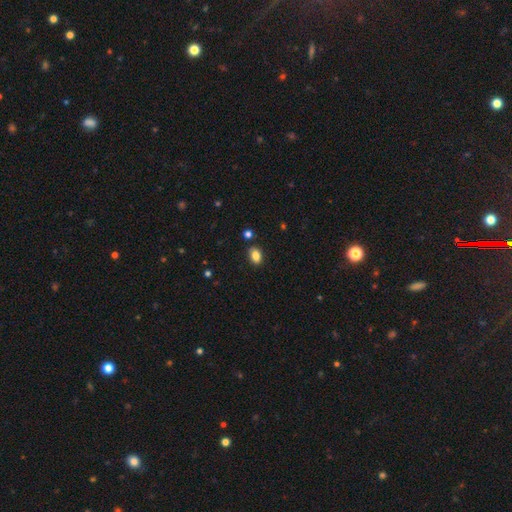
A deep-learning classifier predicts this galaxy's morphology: Smooth or featured: smooth — 84% (star or artifact — 10%)
How rounded: in between — 78% (round — 20%)
Merging: none — 83% (minor disturbance — 11%)